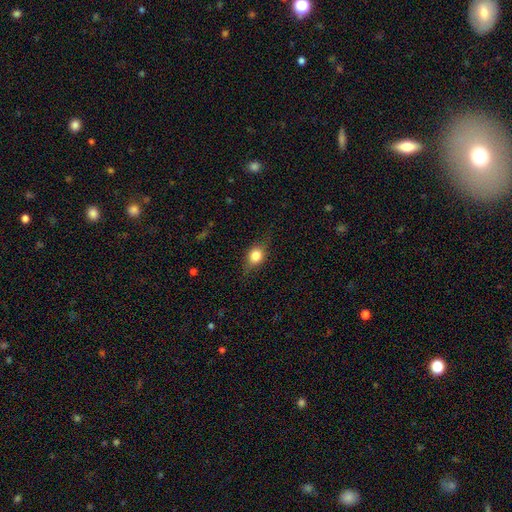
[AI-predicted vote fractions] This is likely a smooth galaxy (69%). How rounded: possibly round (48%, tied with in between). Merging: likely none (72%).